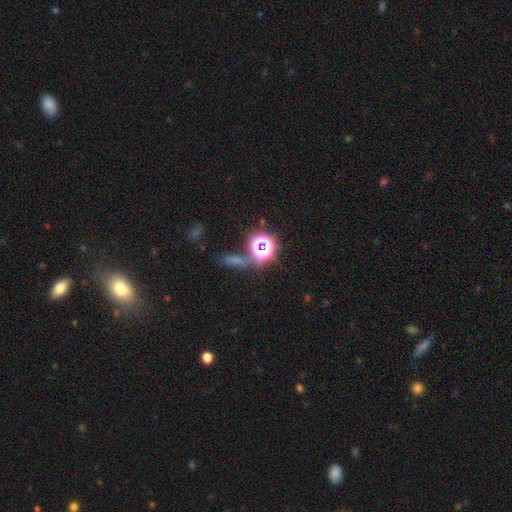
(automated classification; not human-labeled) smooth_or_featured: star or artifact (p=0.57) [alt: smooth p=0.32]